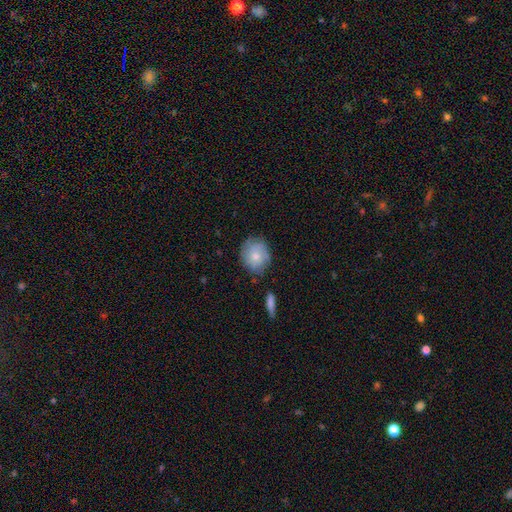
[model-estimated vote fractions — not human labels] Overall: smooth (71%). How rounded: round (68%; in between 30%). Merging: none (70%).